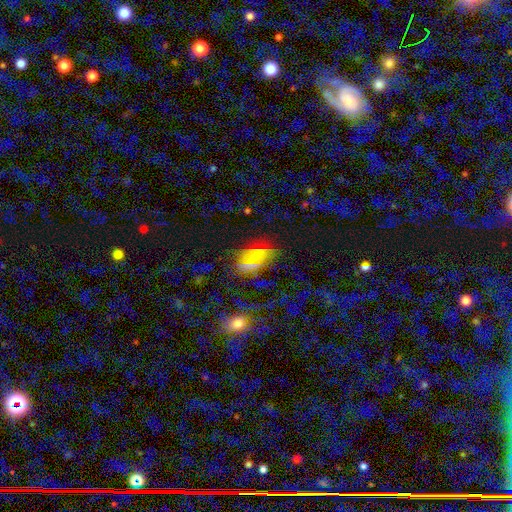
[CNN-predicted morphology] This appears to be a smooth galaxy with no disk features (41%). Merging: none (61%).